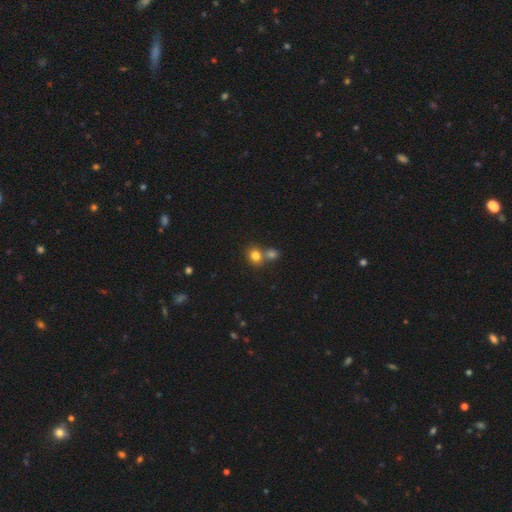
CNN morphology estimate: Smooth or featured? Predicted: smooth (p=0.80). How rounded? Predicted: round (p=0.69). Merging? Predicted: none (p=0.48).